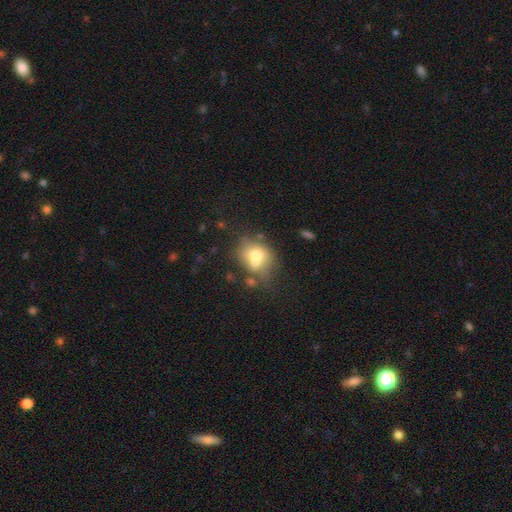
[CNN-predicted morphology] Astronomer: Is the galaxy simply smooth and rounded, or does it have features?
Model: smooth — 66%.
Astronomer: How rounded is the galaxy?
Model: round — 52% (runner-up: in between, 46%).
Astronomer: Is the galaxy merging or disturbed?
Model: none — 39% (runner-up: merger, 32%).